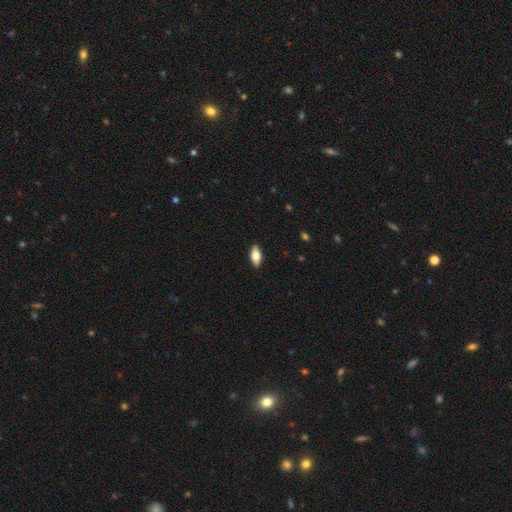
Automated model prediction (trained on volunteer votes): Smooth or featured? smooth (63%)
How rounded? in between (79%)
Merging? none (90%)